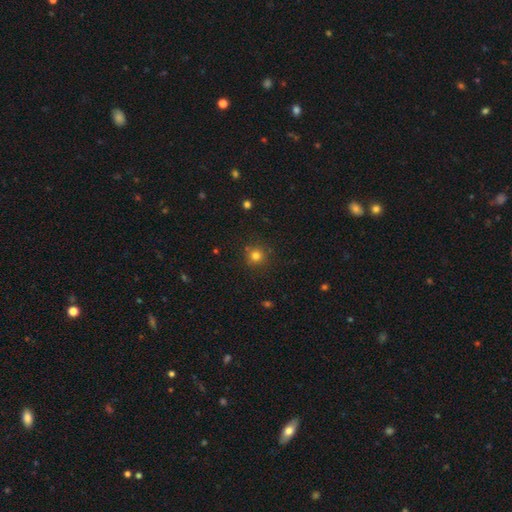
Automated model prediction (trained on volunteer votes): This appears to be a smooth galaxy with no disk features (79%) that is round (93%). Merging: none (83%).